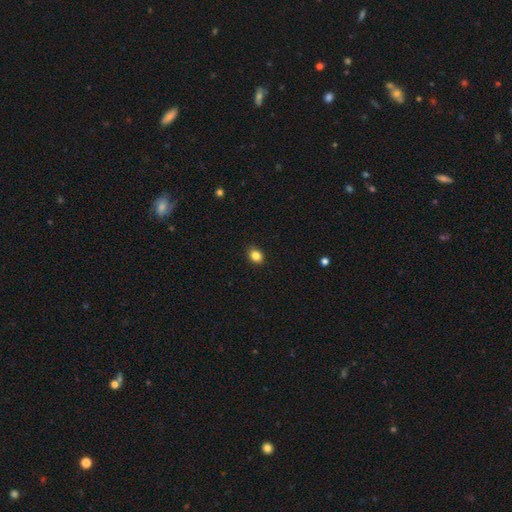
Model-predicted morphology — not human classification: Smooth or featured?
  - smooth: 85% *
  - star or artifact: 10%
  - featured or disk: 5%
How rounded?
  - in between: 54% *
  - round: 45%
  - cigar-shaped: 1%
Merging?
  - none: 90% *
  - minor disturbance: 7%
  - major disturbance: 2%
  - merger: 1%